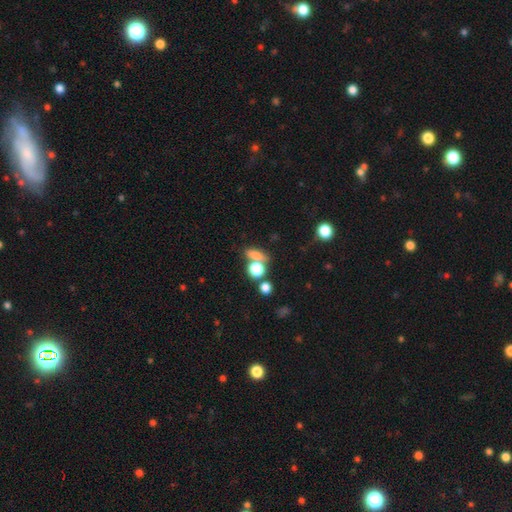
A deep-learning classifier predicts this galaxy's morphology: Smooth or featured?
  - smooth: 72% *
  - star or artifact: 16%
  - featured or disk: 12%
How rounded?
  - in between: 44% *
  - round: 38%
  - cigar-shaped: 18%
Merging?
  - none: 50% *
  - merger: 32%
  - minor disturbance: 11%
  - major disturbance: 6%